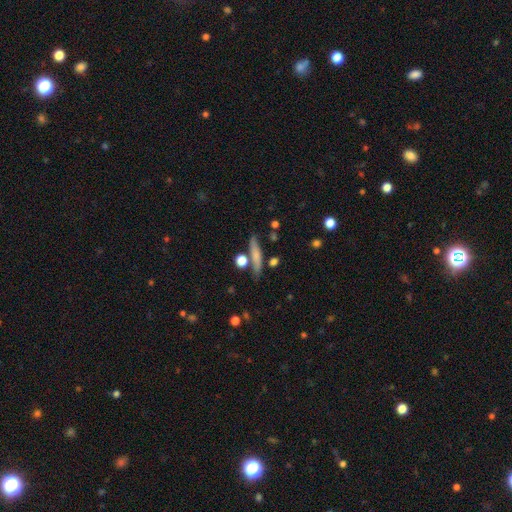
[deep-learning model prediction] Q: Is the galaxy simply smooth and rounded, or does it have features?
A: smooth — 63%.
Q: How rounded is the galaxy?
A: cigar-shaped — 83%.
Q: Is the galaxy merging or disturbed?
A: none — 74%.